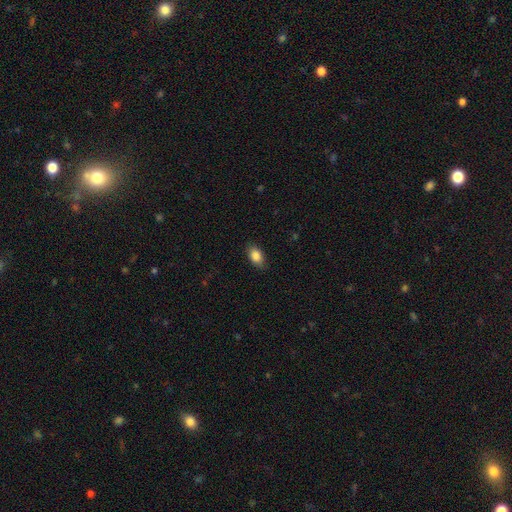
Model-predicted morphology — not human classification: This appears to be a smooth galaxy with no disk features (87%) that is in between round and cigar-shaped (87%). Merging: none (83%).